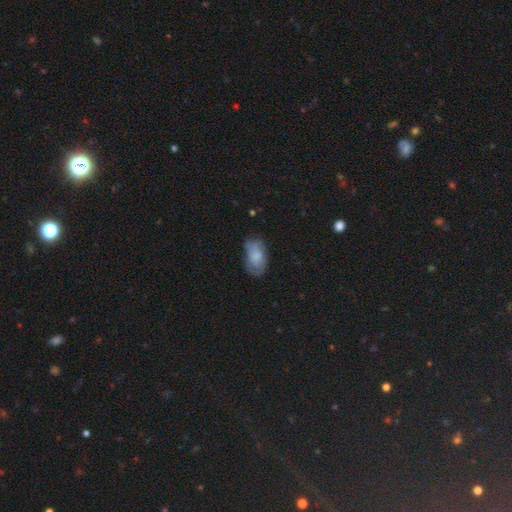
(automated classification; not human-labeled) Q: Smooth or featured?
A: smooth (64%); runner-up: featured or disk (28%)
Q: How rounded?
A: in between (92%); runner-up: round (6%)
Q: Merging?
A: none (57%); runner-up: minor disturbance (30%)